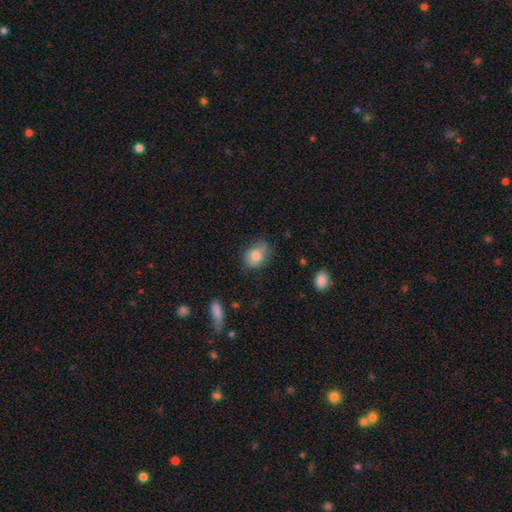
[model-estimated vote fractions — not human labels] A smooth galaxy with no disk features (81%) that is in between round and cigar-shaped (65%). Merging: none (58%).